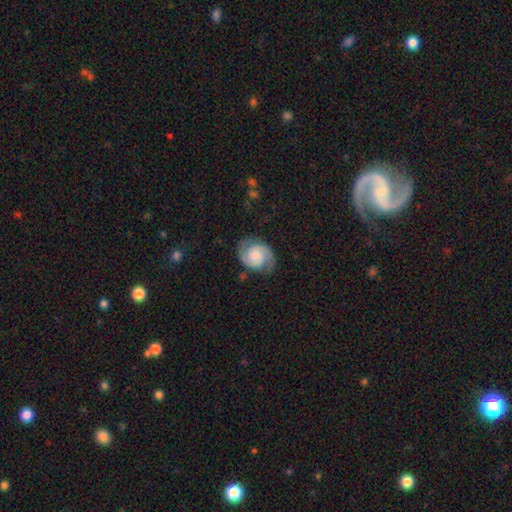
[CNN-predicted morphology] This appears to be a featured or disk galaxy (84%) with no bar (61%), 2 (93%) medium (49%) spiral arms (97%) and a moderate central bulge (36%). Merging: none (78%).